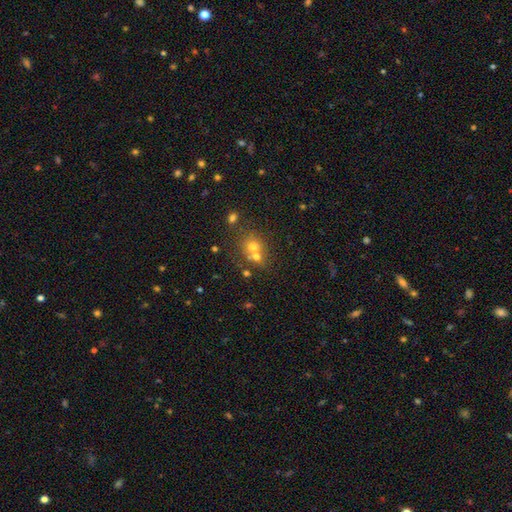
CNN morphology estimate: A smooth galaxy with no disk features (57%) that is round (80%).

Vote fractions:
- Smooth or featured? smooth: 57% / star or artifact: 26% / featured or disk: 16%
- How rounded? round: 80% / in between: 19% / cigar-shaped: 1%
- Merging? none: 49% / merger: 39% / minor disturbance: 8% / major disturbance: 4%